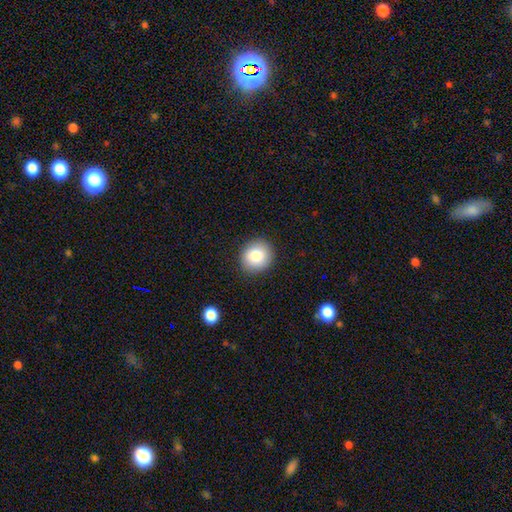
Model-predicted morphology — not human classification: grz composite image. It shows a smooth galaxy with no disk features (84%) that is round (79%). Merging: none (89%).